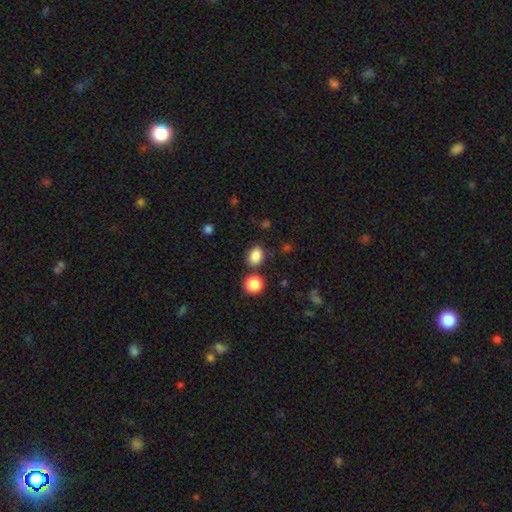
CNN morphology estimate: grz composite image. It shows a smooth galaxy with no disk features (85%) that is in between round and cigar-shaped (67%). Merging: none (76%).